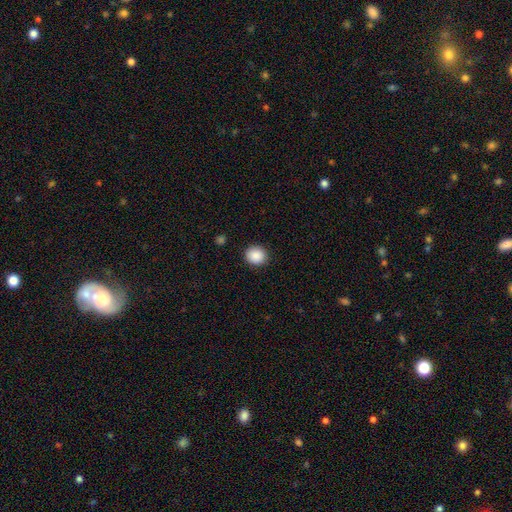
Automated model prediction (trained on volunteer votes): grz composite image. It shows a smooth galaxy with no disk features (89%) that is round (83%). Merging: none (91%).